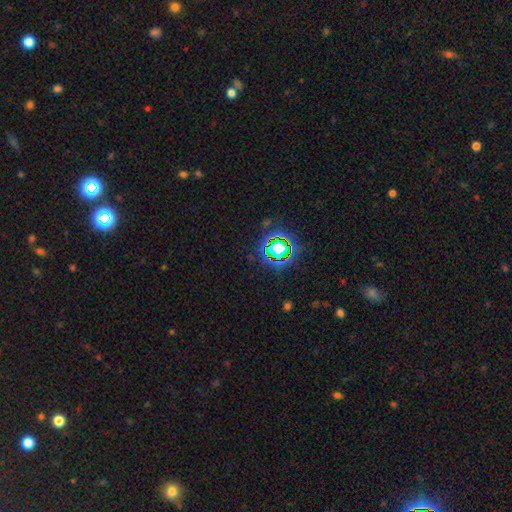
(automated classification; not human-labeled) The model was most divided on "smooth or featured": star or artifact: 69%, smooth: 22%, featured or disk: 9%.